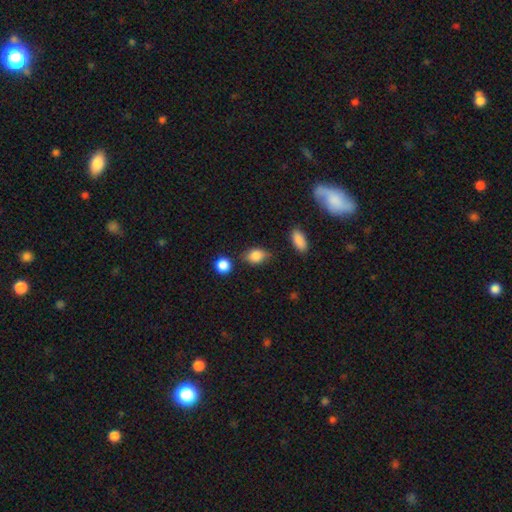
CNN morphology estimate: A smooth galaxy with no disk features (85%) that is in between round and cigar-shaped (70%).

Vote fractions:
- Smooth or featured? smooth: 85% / star or artifact: 9% / featured or disk: 6%
- How rounded? in between: 70% / round: 28% / cigar-shaped: 2%
- Merging? none: 69% / minor disturbance: 21% / merger: 5% / major disturbance: 5%